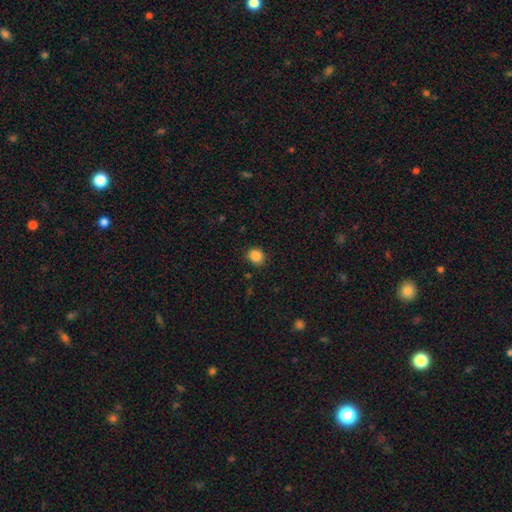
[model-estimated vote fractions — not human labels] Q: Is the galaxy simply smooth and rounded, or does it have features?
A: smooth — 87%.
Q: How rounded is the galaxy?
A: round — 82%.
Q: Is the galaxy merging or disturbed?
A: none — 88%.